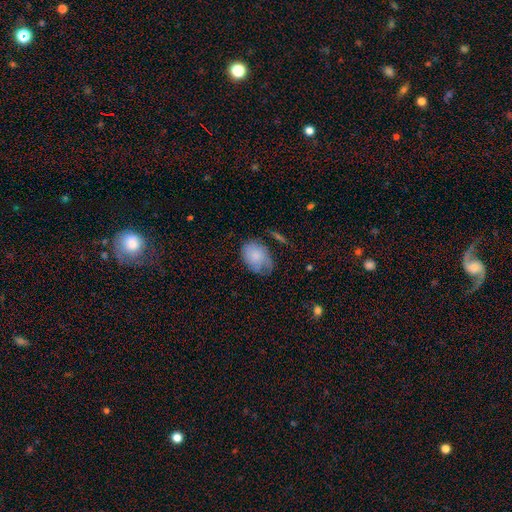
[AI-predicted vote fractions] This is likely a smooth galaxy (75%). How rounded: likely in between (77%). Merging: possibly none (48%).